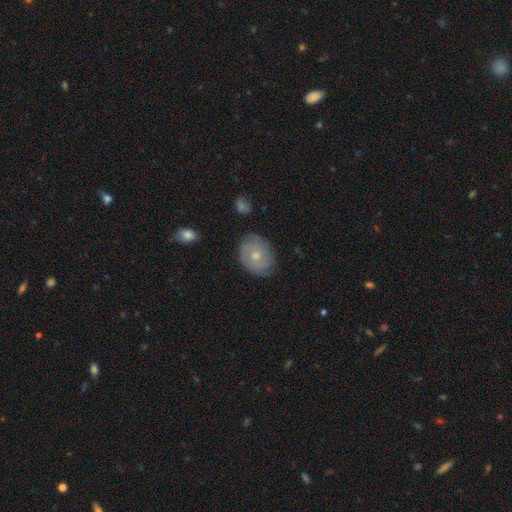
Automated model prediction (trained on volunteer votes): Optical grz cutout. It shows a smooth galaxy with no disk features (48%). Merging: none (77%).